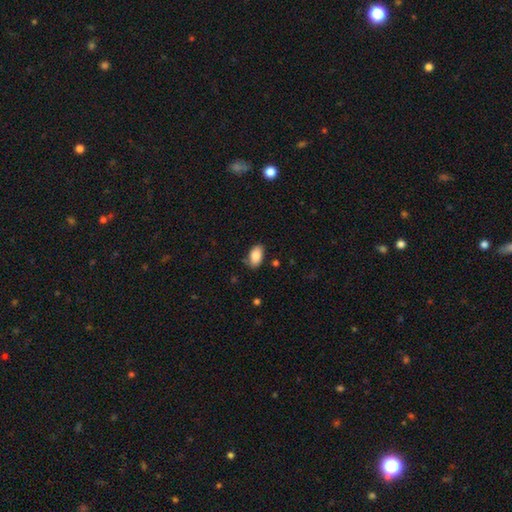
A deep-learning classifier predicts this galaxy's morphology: A smooth galaxy with no disk features (86%) that is in between round and cigar-shaped (93%). Merging: none (78%).